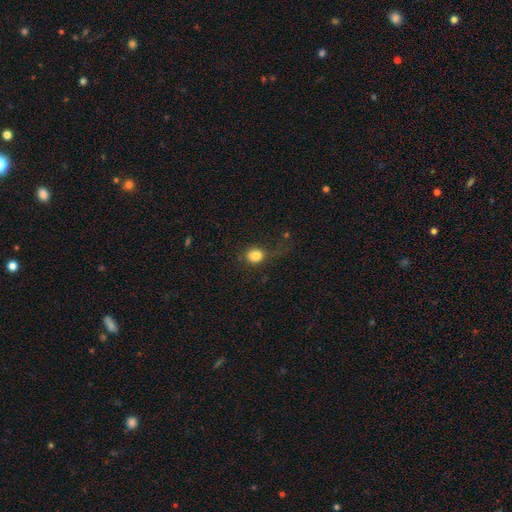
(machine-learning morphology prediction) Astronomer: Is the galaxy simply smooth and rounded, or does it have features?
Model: smooth — 82%.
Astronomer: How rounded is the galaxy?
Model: round — 64%.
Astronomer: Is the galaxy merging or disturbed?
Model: none — 56%.